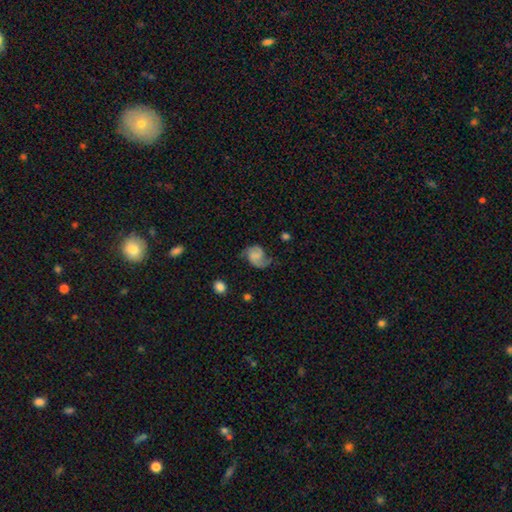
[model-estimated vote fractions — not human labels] The model was most divided on "bulge size": none: 37%, small: 36%, moderate: 20%, large: 5%, dominant: 2%. Remaining: edge-on disk — no (98%); spiral arms — yes (94%); spiral arm count — 2 (79%); smooth or featured — featured or disk (69%); merging — none (55%); bar — no (52%); spiral winding — medium (46%).